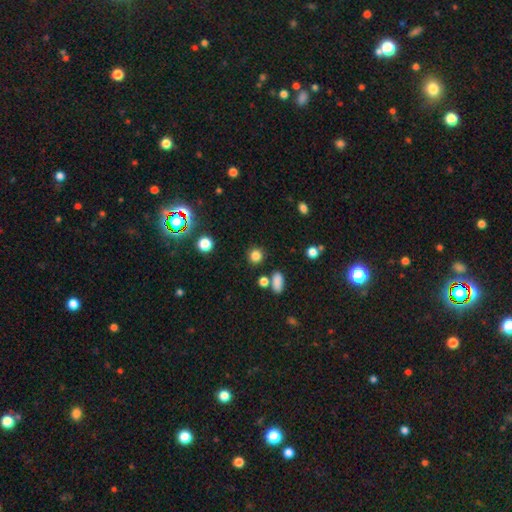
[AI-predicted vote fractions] A smooth galaxy with no disk features (81%) that is round (89%).

Vote fractions:
- Smooth or featured? smooth: 81% / star or artifact: 14% / featured or disk: 5%
- How rounded? round: 89% / in between: 10% / cigar-shaped: 1%
- Merging? none: 85% / minor disturbance: 7% / merger: 5% / major disturbance: 3%